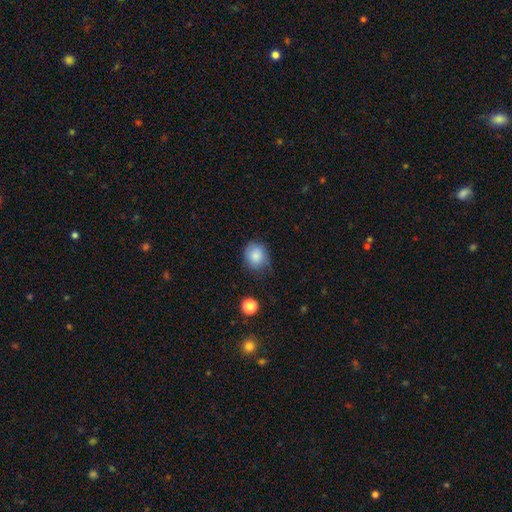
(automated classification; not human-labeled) This appears to be a smooth galaxy with no disk features (84%) that is round (71%). Merging: none (67%).